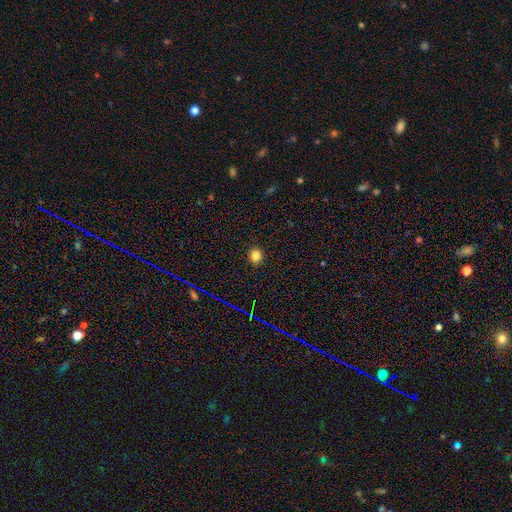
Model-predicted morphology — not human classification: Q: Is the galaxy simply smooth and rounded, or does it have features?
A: smooth — 81%.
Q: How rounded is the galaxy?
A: round — 78%.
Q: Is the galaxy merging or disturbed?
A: none — 91%.